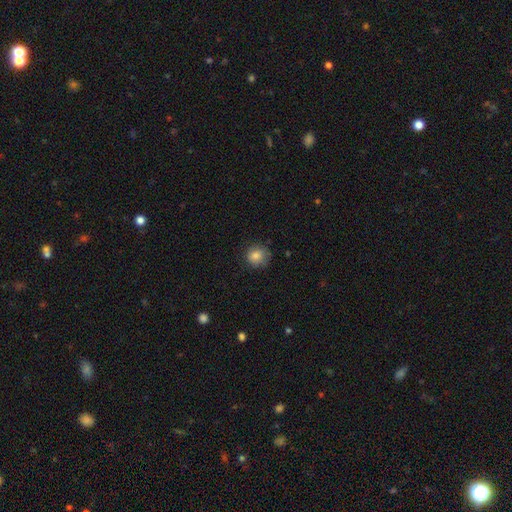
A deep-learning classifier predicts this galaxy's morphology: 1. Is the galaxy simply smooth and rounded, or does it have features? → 82% smooth, 9% star or artifact, 9% featured or disk.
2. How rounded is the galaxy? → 87% round, 12% in between, 1% cigar-shaped.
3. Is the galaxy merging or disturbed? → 77% none, 18% minor disturbance, 4% major disturbance, 1% merger.